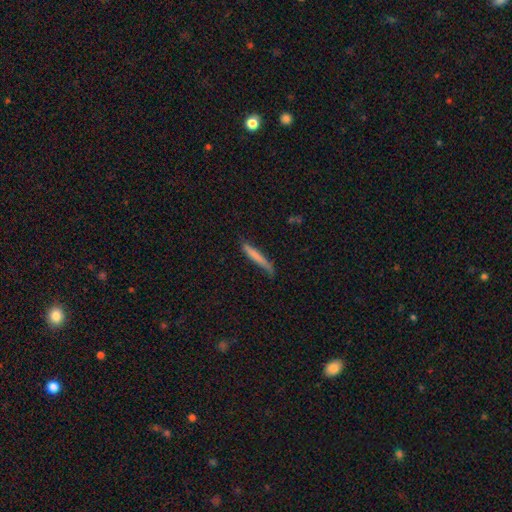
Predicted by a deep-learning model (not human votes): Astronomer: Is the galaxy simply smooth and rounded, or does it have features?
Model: smooth — 71%.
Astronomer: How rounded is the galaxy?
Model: cigar-shaped — 94%.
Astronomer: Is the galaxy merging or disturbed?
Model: none — 63%.